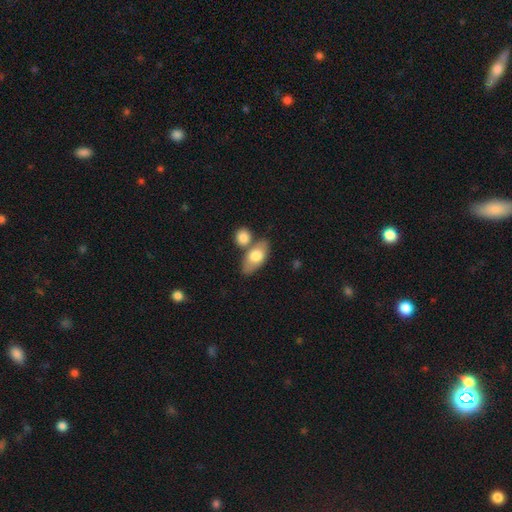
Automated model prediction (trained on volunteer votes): Smooth or featured?
  - smooth: 73% *
  - featured or disk: 22%
  - star or artifact: 5%
How rounded?
  - in between: 86% *
  - cigar-shaped: 7%
  - round: 6%
Merging?
  - none: 55% *
  - merger: 29%
  - minor disturbance: 13%
  - major disturbance: 4%